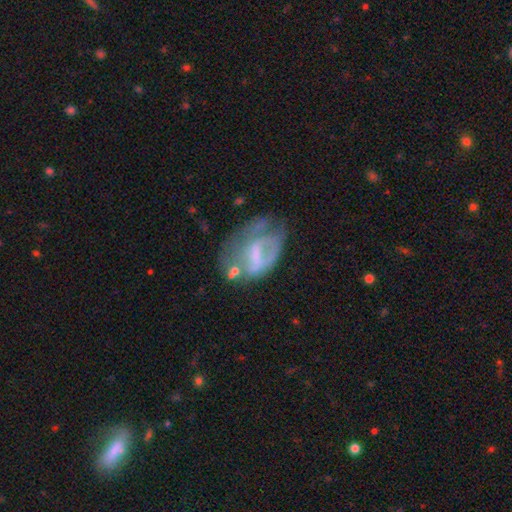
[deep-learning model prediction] smooth-or-featured: featured or disk: 57% | smooth: 33% | star or artifact: 10%
  disk-edge-on: no: 96% | yes: 4%
    bar: weak: 41% | no: 37% | strong: 23%
    has-spiral-arms: no: 60% | yes: 40%
    bulge-size: none: 41% | moderate: 26% | small: 26% | large: 5% | dominant: 1%
  merging: major disturbance: 34% | none: 31% | minor disturbance: 26% | merger: 9%